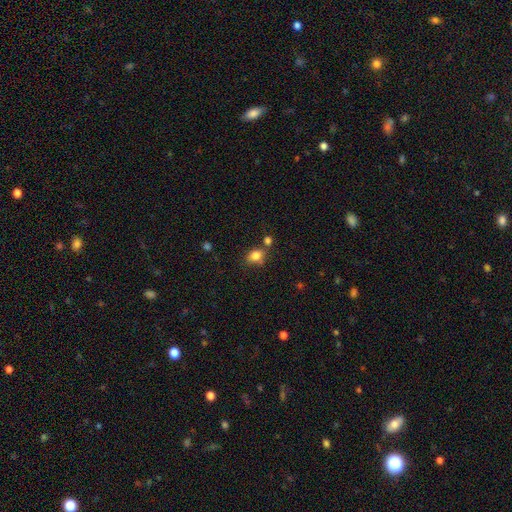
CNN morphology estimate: Q: Smooth or featured?
A: smooth (81%); runner-up: star or artifact (11%)
Q: How rounded?
A: in between (57%); runner-up: round (41%)
Q: Merging?
A: none (61%); runner-up: merger (18%)